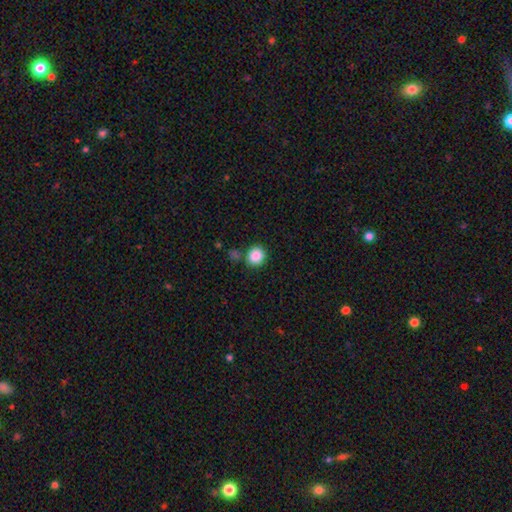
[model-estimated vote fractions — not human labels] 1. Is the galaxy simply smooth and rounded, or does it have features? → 88% smooth, 9% star or artifact, 3% featured or disk.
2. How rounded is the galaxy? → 87% round, 13% in between, 1% cigar-shaped.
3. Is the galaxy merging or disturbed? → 78% none, 10% minor disturbance, 8% merger, 3% major disturbance.